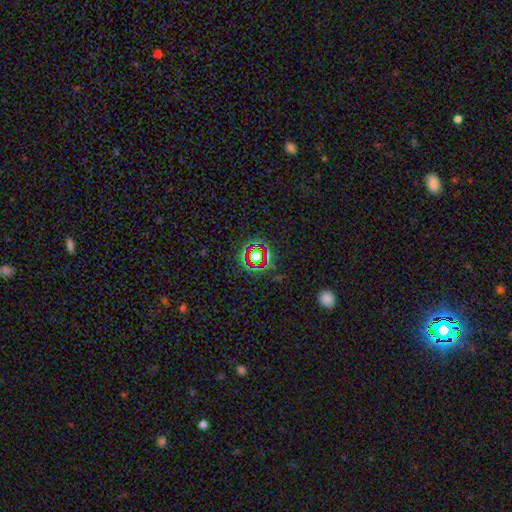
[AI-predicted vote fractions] This appears to be a star or artifact, not a galaxy (67%).